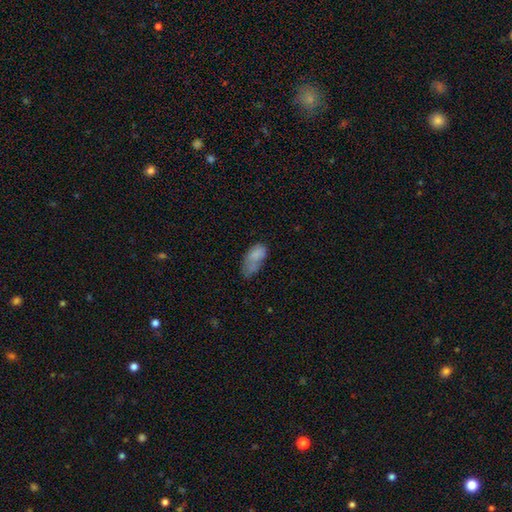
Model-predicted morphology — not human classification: Smooth or featured?
  - smooth: 75% *
  - featured or disk: 15%
  - star or artifact: 10%
How rounded?
  - in between: 91% *
  - cigar-shaped: 6%
  - round: 4%
Merging?
  - minor disturbance: 34% *
  - none: 31%
  - major disturbance: 25%
  - merger: 10%